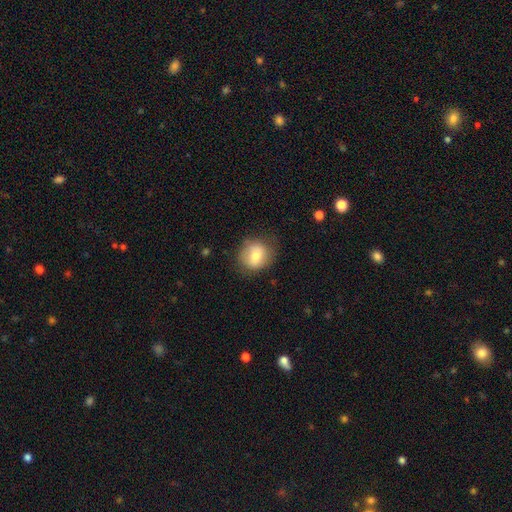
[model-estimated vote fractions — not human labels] This is likely a smooth galaxy (70%). How rounded: likely round (74%). Merging: likely none (75%).